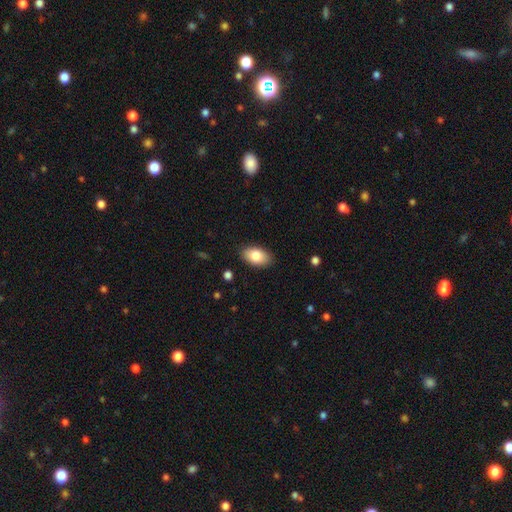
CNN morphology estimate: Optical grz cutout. It shows a smooth galaxy with no disk features (82%) that is in between round and cigar-shaped (93%). Merging: none (88%).